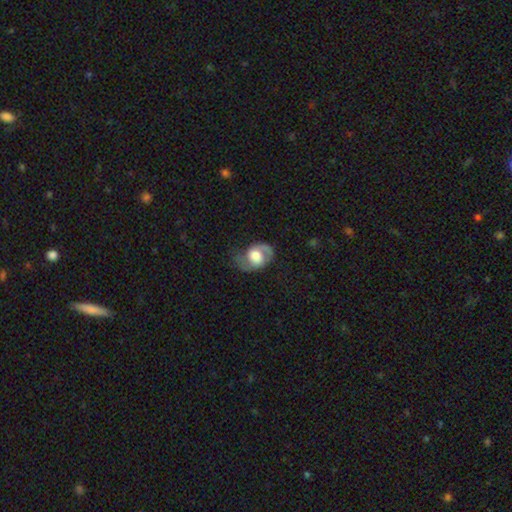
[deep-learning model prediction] Smooth or featured: featured or disk — 62% (smooth — 32%)
Edge-on disk: no — 96% (yes — 4%)
Bar: no — 63% (weak — 29%)
Spiral arms: yes — 83% (no — 17%)
Bulge size: large — 51% (moderate — 31%)
Merging: none — 50% (minor disturbance — 27%)